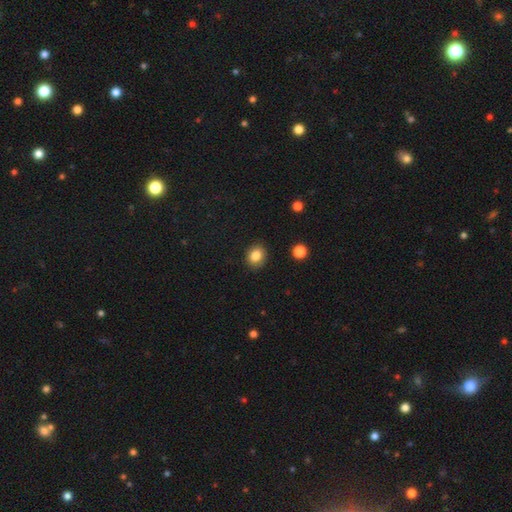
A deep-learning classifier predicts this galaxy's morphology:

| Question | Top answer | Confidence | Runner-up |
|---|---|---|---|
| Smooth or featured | smooth | 84% | star or artifact (10%) |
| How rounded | round | 61% | in between (38%) |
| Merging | none | 89% | minor disturbance (8%) |